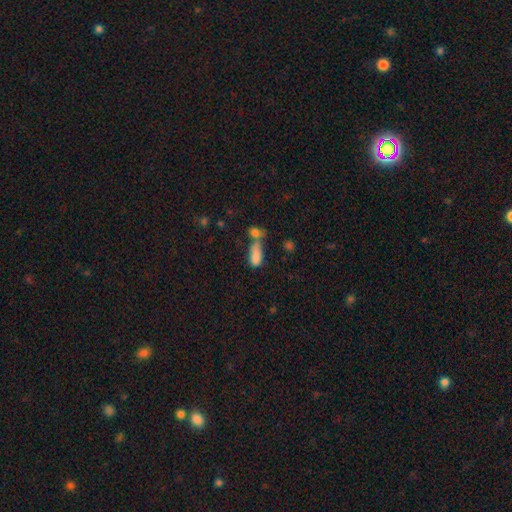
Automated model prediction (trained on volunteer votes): A smooth galaxy with no disk features (81%) that is in between round and cigar-shaped (79%).

Vote fractions:
- Smooth or featured? smooth: 81% / star or artifact: 10% / featured or disk: 9%
- How rounded? in between: 79% / cigar-shaped: 17% / round: 4%
- Merging? merger: 45% / none: 29% / minor disturbance: 15% / major disturbance: 11%